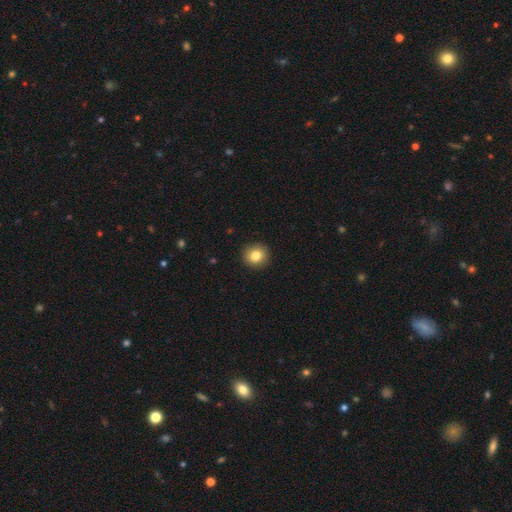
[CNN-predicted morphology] Overall: smooth (82%). How rounded: round (90%). Merging: none (91%).